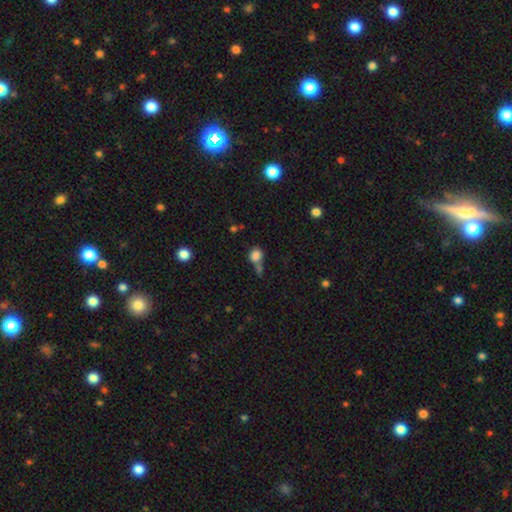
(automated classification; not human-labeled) This is clearly a smooth galaxy (82%). How rounded: likely round (69%). Merging: marginally none (42%).